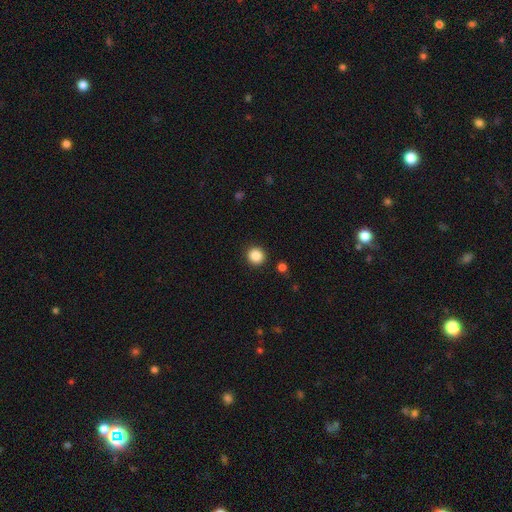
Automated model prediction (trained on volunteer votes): Overall: smooth (87%). How rounded: round (93%). Merging: none (92%).